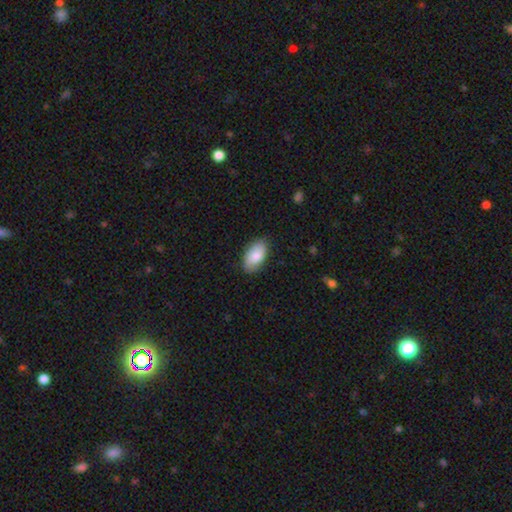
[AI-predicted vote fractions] Q: Smooth or featured?
A: smooth (84%); runner-up: featured or disk (10%)
Q: How rounded?
A: in between (95%); runner-up: round (3%)
Q: Merging?
A: none (84%); runner-up: minor disturbance (13%)